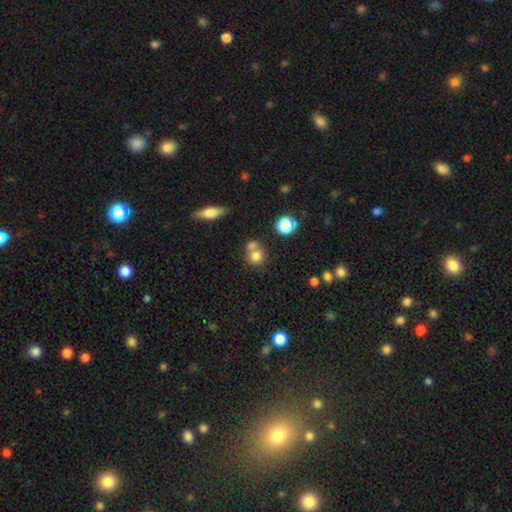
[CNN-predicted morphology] smooth_or_featured: smooth (p=0.76) [alt: star or artifact p=0.13]
how_rounded: round (p=0.82) [alt: in between p=0.16]
merging: none (p=0.48) [alt: merger p=0.39]